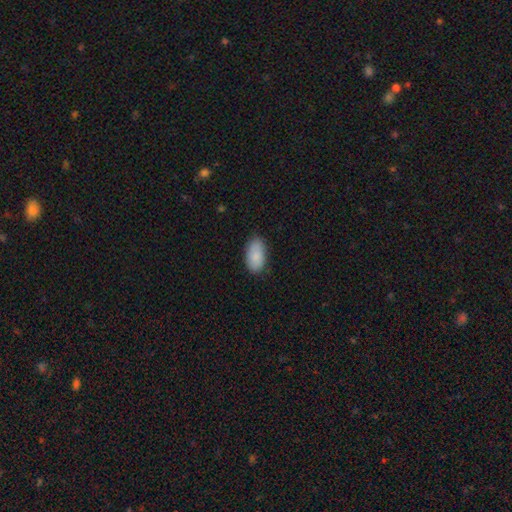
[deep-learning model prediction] Overall: smooth (87%). How rounded: in between (95%). Merging: none (83%).